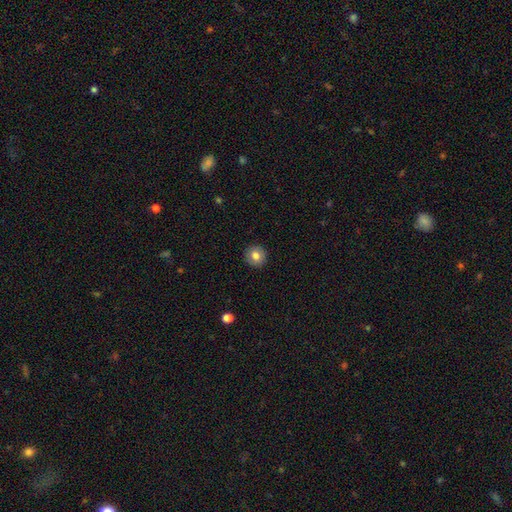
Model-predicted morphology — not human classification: A smooth galaxy with no disk features (81%) that is round (94%). Merging: none (92%).